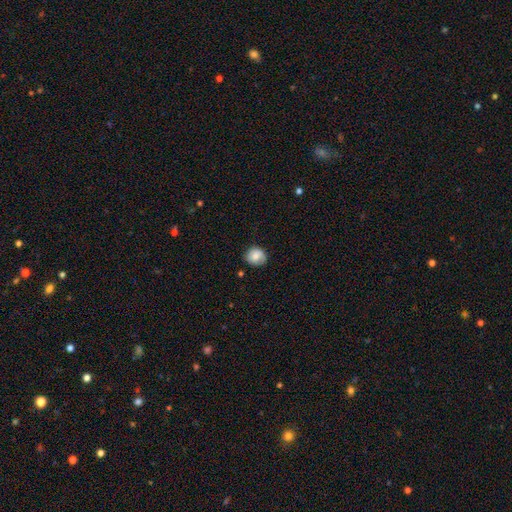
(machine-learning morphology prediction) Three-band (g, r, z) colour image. It shows a smooth galaxy with no disk features (74%) that is round (79%). Merging: none (73%).